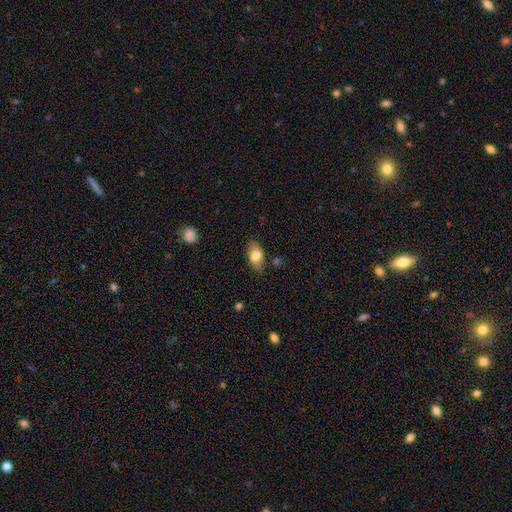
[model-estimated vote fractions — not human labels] This appears to be a smooth galaxy with no disk features (75%) that is in between round and cigar-shaped (89%). Merging: none (81%).